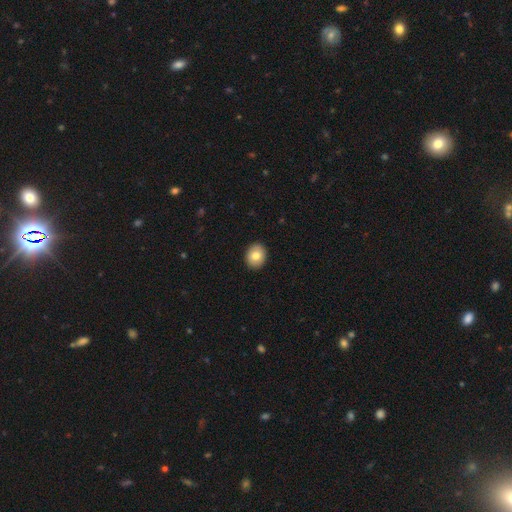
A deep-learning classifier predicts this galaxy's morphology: A smooth galaxy with no disk features (80%) that is round (57%).

Vote fractions:
- Smooth or featured? smooth: 80% / featured or disk: 12% / star or artifact: 8%
- How rounded? round: 57% / in between: 42% / cigar-shaped: 1%
- Merging? none: 92% / minor disturbance: 6% / major disturbance: 2% / merger: 1%